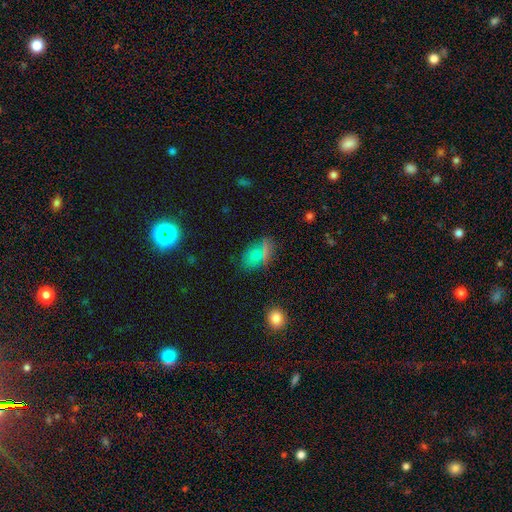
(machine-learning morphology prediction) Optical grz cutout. It shows a smooth galaxy with no disk features (71%) that is in between round and cigar-shaped (83%). Merging: none (78%).